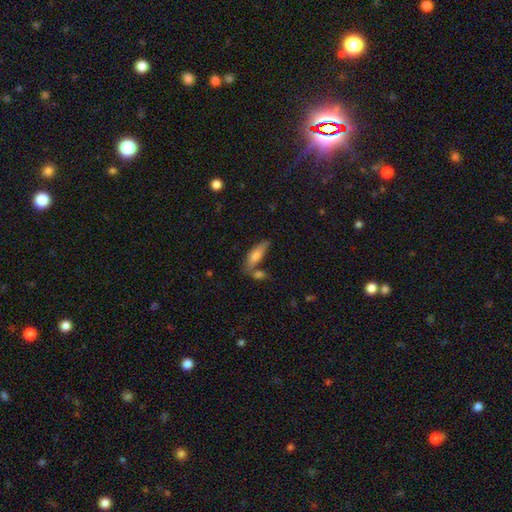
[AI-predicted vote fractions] smooth_or_featured: smooth (p=0.71) [alt: featured or disk p=0.21]
how_rounded: in between (p=0.54) [alt: cigar-shaped p=0.44]
merging: none (p=0.49) [alt: merger p=0.26]